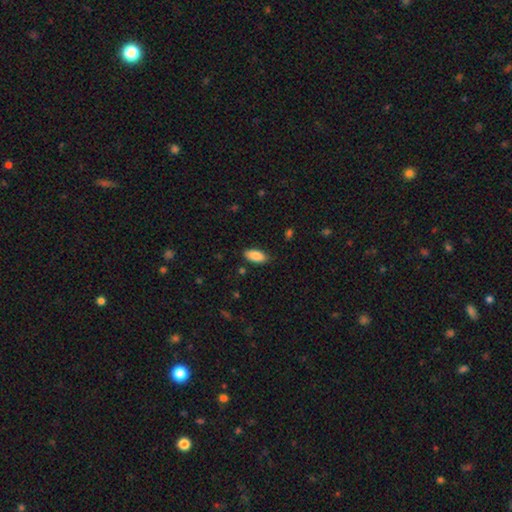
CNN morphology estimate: type=smooth (89%); roundness=in between (90%); merging=none (85%).